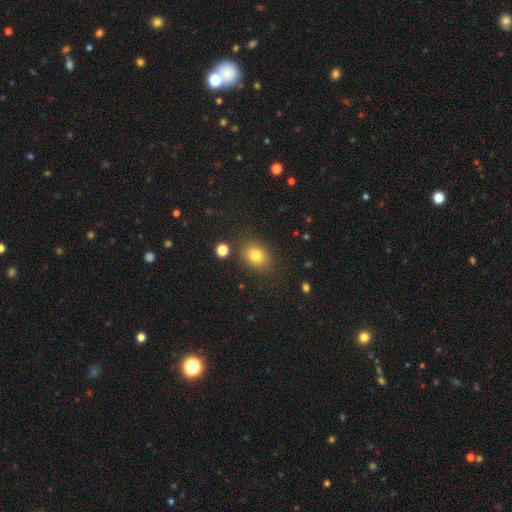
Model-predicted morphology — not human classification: Smooth or featured?
  - smooth: 79% *
  - star or artifact: 13%
  - featured or disk: 9%
How rounded?
  - in between: 58% *
  - round: 40%
  - cigar-shaped: 1%
Merging?
  - none: 83% *
  - minor disturbance: 10%
  - major disturbance: 4%
  - merger: 3%